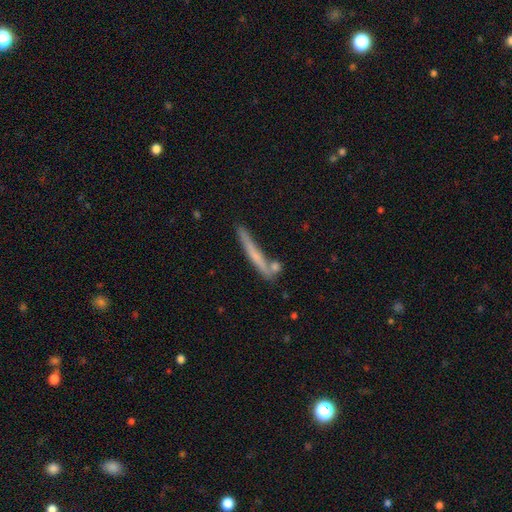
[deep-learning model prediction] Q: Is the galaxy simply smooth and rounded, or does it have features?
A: smooth — 53%.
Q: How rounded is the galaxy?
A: cigar-shaped — 95%.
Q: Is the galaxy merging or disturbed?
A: none — 68%.